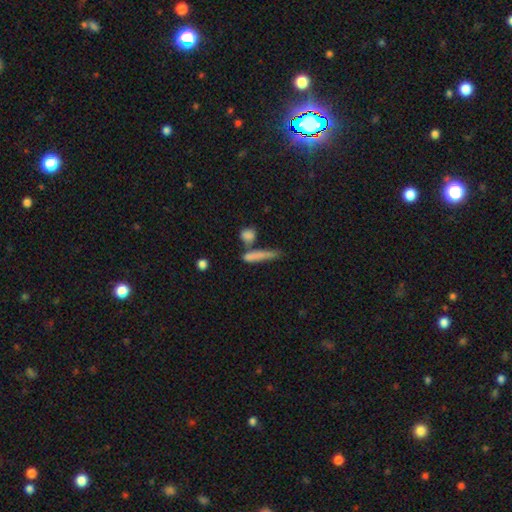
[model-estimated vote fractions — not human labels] Overall: smooth (74%). How rounded: cigar-shaped (80%). Merging: none (51%; merger 21%).